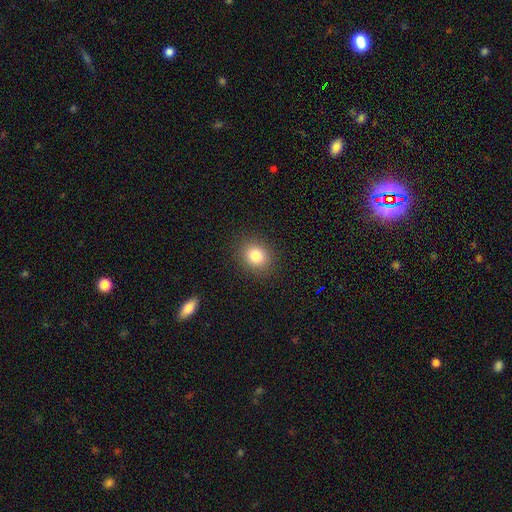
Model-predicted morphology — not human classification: A smooth galaxy with no disk features (81%) that is round (71%).

Vote fractions:
- Smooth or featured? smooth: 81% / star or artifact: 11% / featured or disk: 7%
- How rounded? round: 71% / in between: 28% / cigar-shaped: 1%
- Merging? none: 89% / minor disturbance: 7% / major disturbance: 3% / merger: 1%